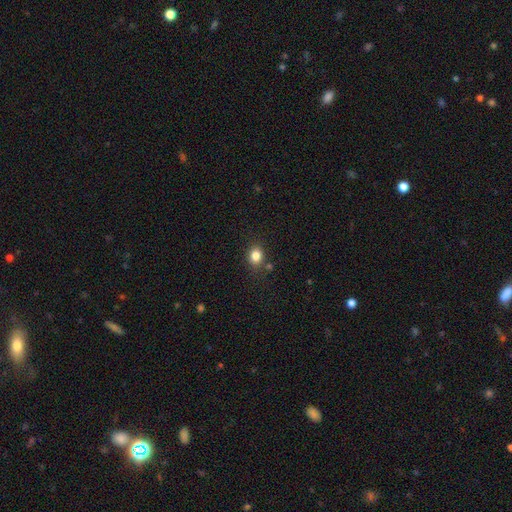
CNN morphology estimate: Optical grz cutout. It shows a smooth galaxy with no disk features (83%) that is round (61%). Merging: none (80%).